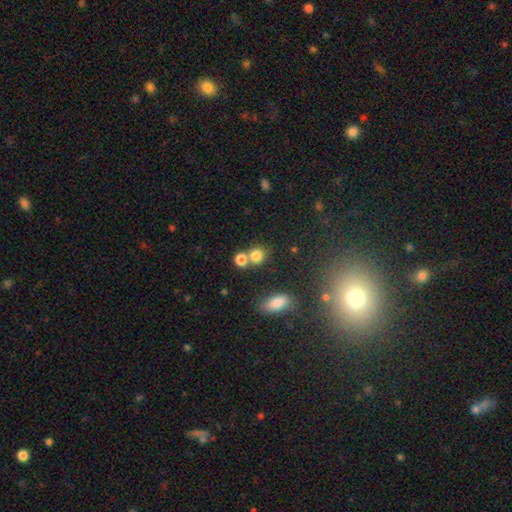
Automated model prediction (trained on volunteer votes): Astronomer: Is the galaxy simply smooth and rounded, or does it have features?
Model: smooth — 79%.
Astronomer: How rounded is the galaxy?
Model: round — 76%.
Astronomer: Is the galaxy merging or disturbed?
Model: none — 47% (runner-up: merger, 42%).